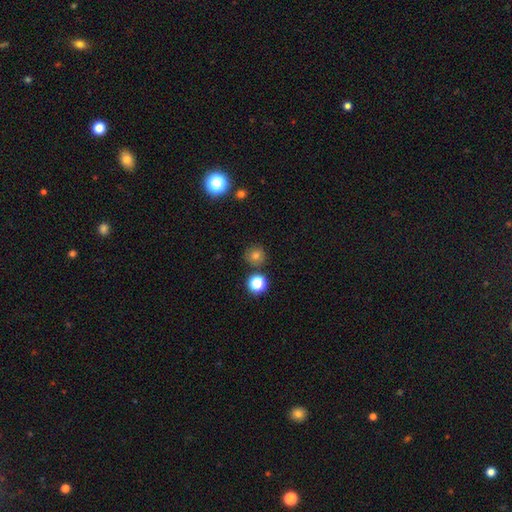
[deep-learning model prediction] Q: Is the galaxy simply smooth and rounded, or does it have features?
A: smooth — 73%.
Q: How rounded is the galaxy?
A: round — 92%.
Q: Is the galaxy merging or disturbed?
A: none — 82%.